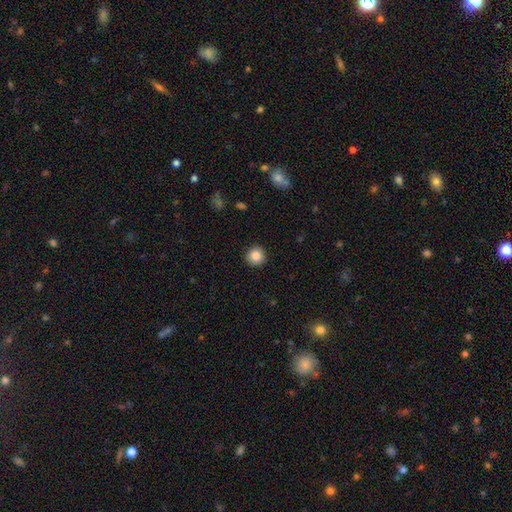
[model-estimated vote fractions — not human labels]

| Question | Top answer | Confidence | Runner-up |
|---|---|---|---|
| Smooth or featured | smooth | 85% | star or artifact (10%) |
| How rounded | round | 95% | in between (4%) |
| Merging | none | 92% | minor disturbance (6%) |